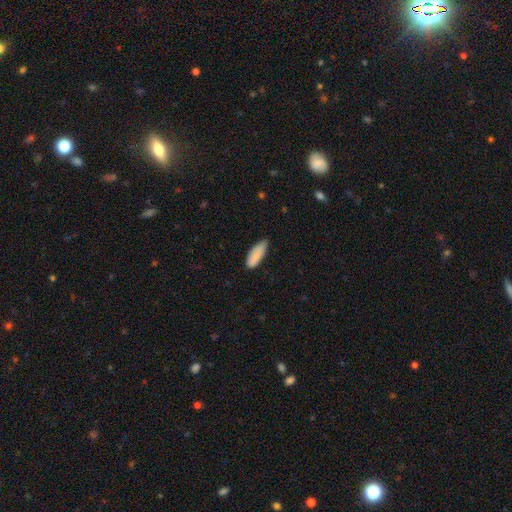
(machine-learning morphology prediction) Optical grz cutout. It shows a smooth galaxy with no disk features (86%) that is in between round and cigar-shaped (72%). Merging: none (67%).